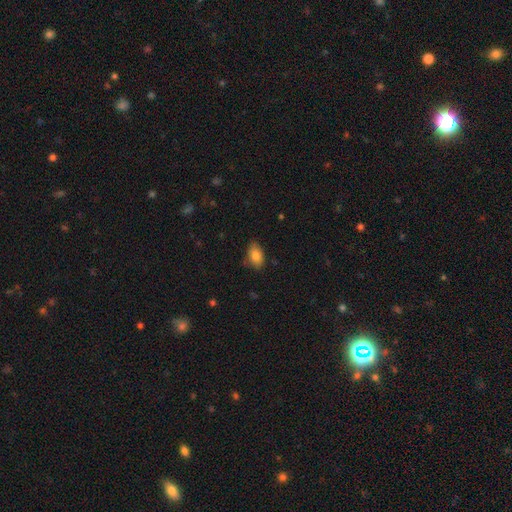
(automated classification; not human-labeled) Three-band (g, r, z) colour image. It shows a smooth galaxy with no disk features (84%) that is in between round and cigar-shaped (89%). Merging: none (75%).